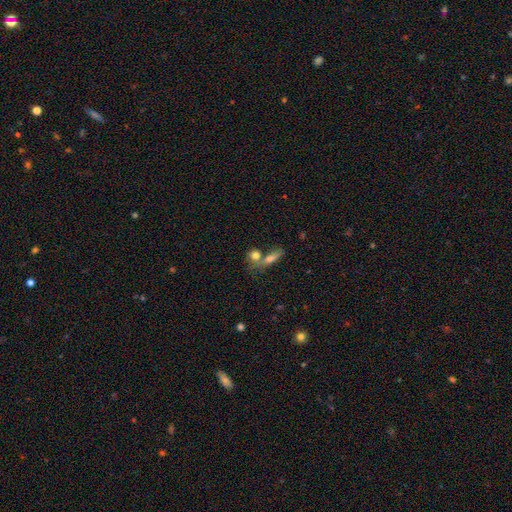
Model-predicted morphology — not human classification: Smooth or featured?
  - smooth: 76% *
  - featured or disk: 14%
  - star or artifact: 10%
How rounded?
  - round: 57% *
  - in between: 32%
  - cigar-shaped: 11%
Merging?
  - merger: 43% *
  - none: 41%
  - minor disturbance: 10%
  - major disturbance: 6%